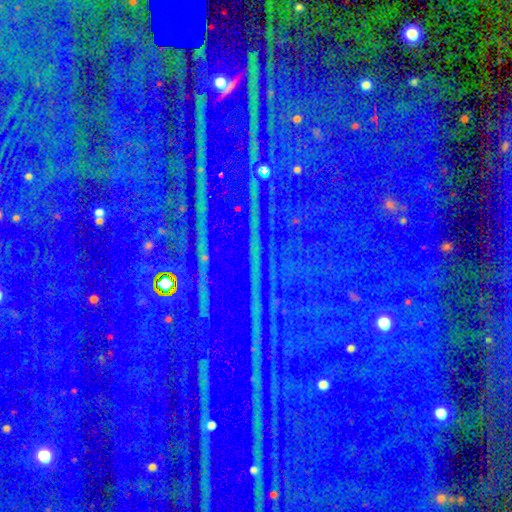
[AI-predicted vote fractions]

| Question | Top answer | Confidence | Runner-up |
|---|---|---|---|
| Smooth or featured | star or artifact | 85% | smooth (8%) |